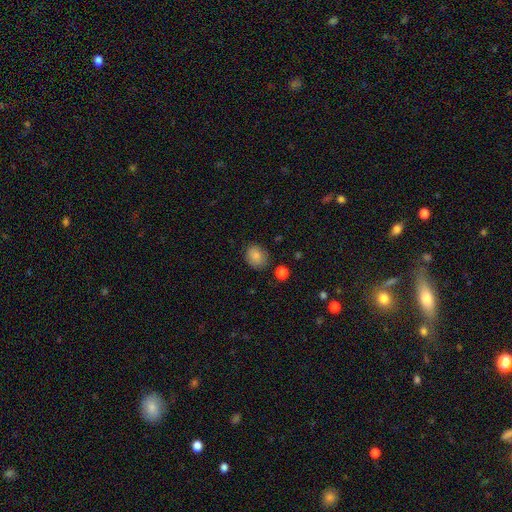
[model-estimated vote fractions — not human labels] Q: Smooth or featured?
A: smooth (85%); runner-up: star or artifact (9%)
Q: How rounded?
A: round (57%); runner-up: in between (42%)
Q: Merging?
A: none (82%); runner-up: minor disturbance (12%)